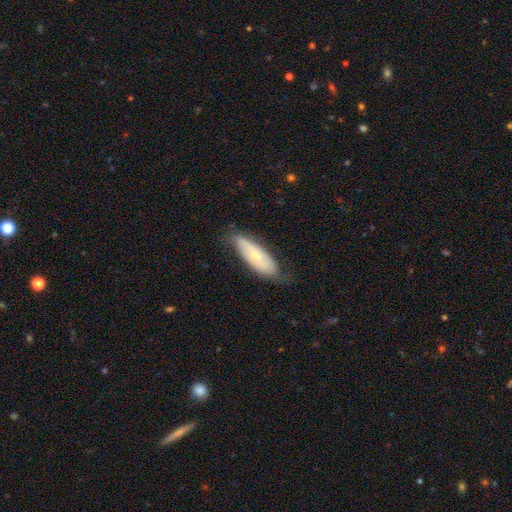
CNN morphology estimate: smooth_or_featured: smooth (p=0.48) [alt: featured or disk p=0.46]
merging: none (p=0.67) [alt: minor disturbance p=0.25]